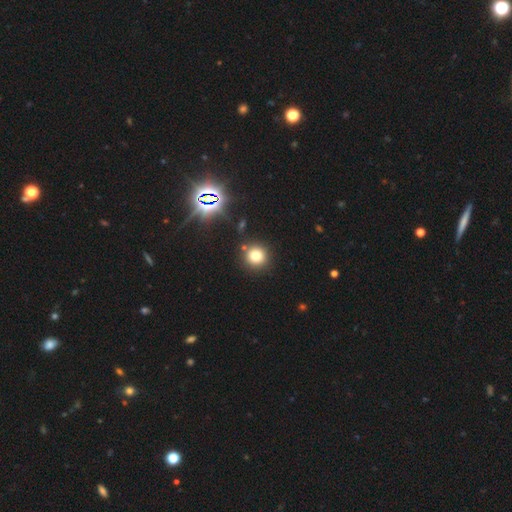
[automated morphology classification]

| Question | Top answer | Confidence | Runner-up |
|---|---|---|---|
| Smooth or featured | smooth | 74% | star or artifact (18%) |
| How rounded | round | 94% | in between (5%) |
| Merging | none | 85% | minor disturbance (7%) |